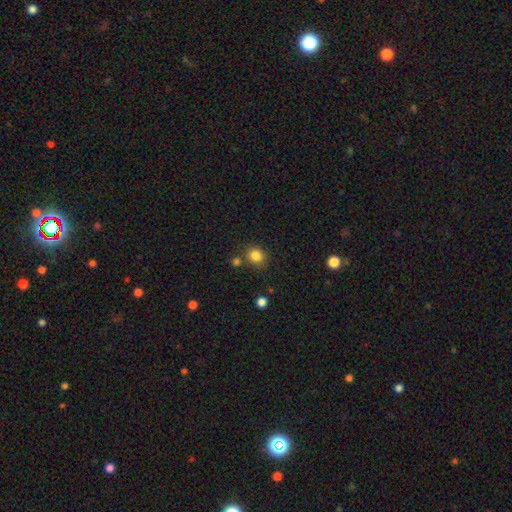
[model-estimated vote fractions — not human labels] A smooth galaxy with no disk features (83%) that is round (80%). Merging: none (79%).